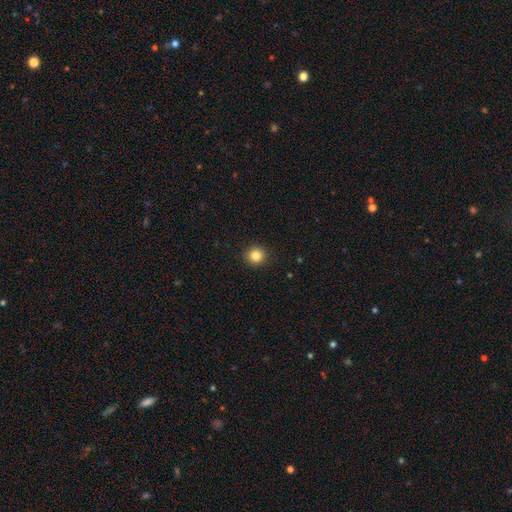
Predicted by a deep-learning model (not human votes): The model was most divided on "smooth or featured": smooth: 84%, star or artifact: 11%, featured or disk: 5%. More confident: how rounded — round (94%); merging — none (93%).